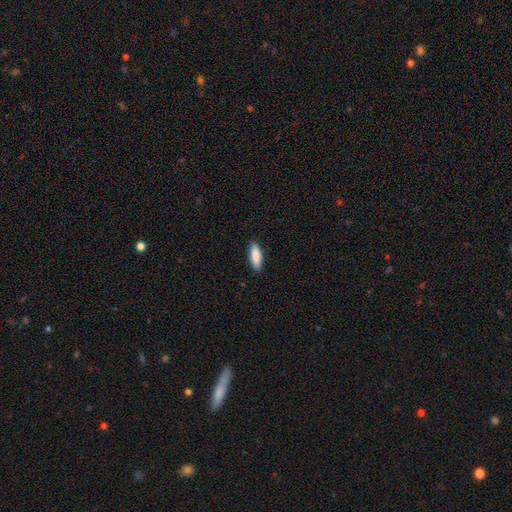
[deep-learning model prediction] This is clearly a smooth galaxy (85%). How rounded: possibly in between (57%). Merging: clearly none (90%).